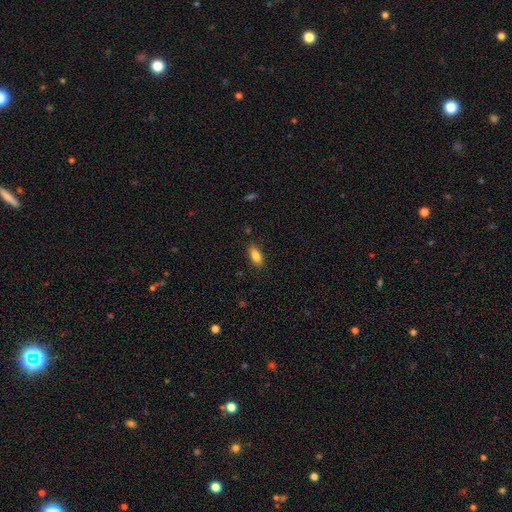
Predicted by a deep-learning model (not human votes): Smooth or featured: smooth — 84% (star or artifact — 8%)
How rounded: in between — 83% (cigar-shaped — 13%)
Merging: none — 85% (minor disturbance — 12%)